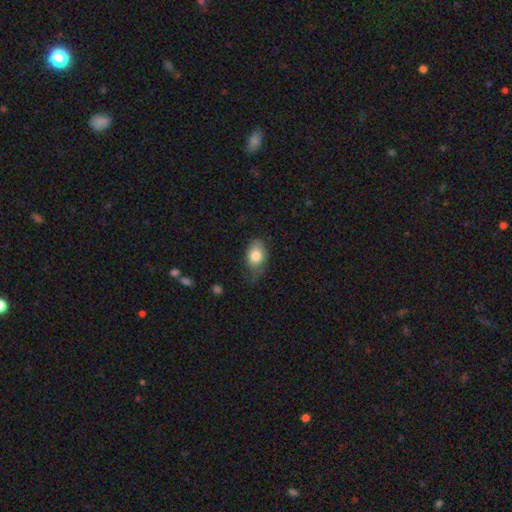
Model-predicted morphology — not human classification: Overall: smooth (80%). How rounded: in between (82%). Merging: none (47%; minor disturbance 37%).